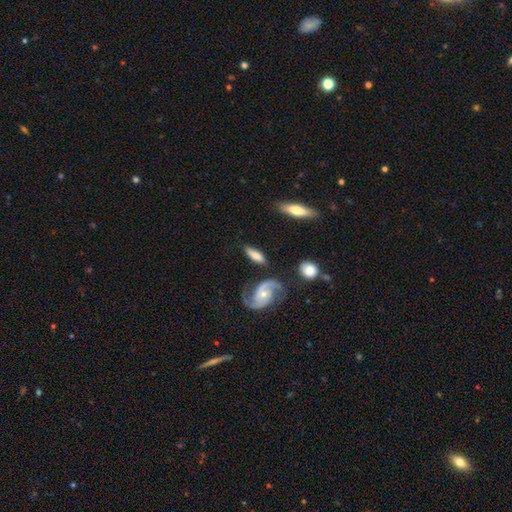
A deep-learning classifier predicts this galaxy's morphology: smooth-or-featured: smooth: 48% | featured or disk: 45% | star or artifact: 7%
  merging: none: 66% | minor disturbance: 18% | merger: 9% | major disturbance: 7%